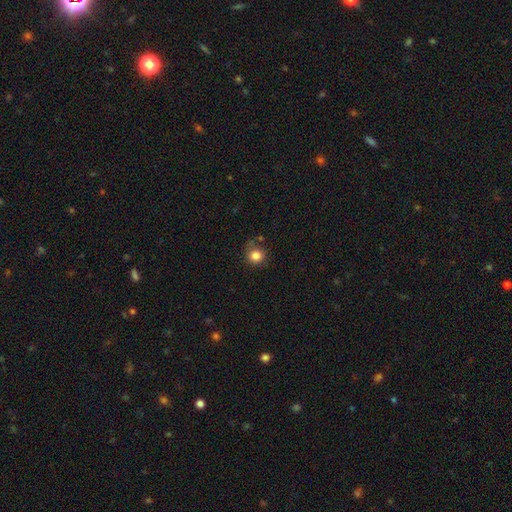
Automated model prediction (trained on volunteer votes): This appears to be a smooth galaxy with no disk features (84%) that is round (88%). Merging: none (73%).